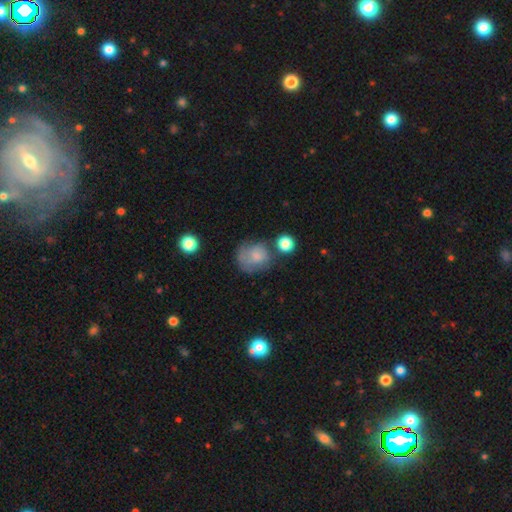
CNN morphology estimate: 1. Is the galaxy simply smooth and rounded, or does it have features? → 61% smooth, 29% featured or disk, 10% star or artifact.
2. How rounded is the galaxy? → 70% round, 29% in between, 1% cigar-shaped.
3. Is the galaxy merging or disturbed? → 44% none, 27% minor disturbance, 20% major disturbance, 9% merger.